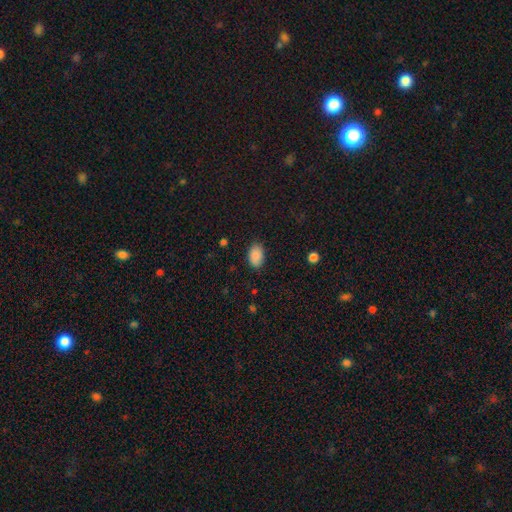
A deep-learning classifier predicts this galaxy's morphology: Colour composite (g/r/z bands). It shows a smooth galaxy with no disk features (89%) that is in between round and cigar-shaped (89%). Merging: none (83%).